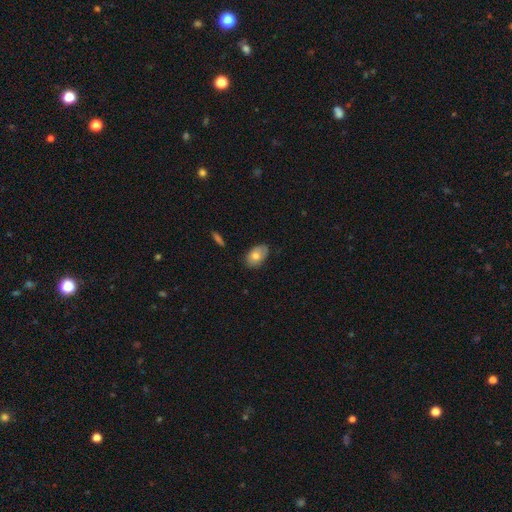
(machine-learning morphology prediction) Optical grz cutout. It shows a smooth galaxy with no disk features (73%) that is in between round and cigar-shaped (89%). Merging: none (73%).